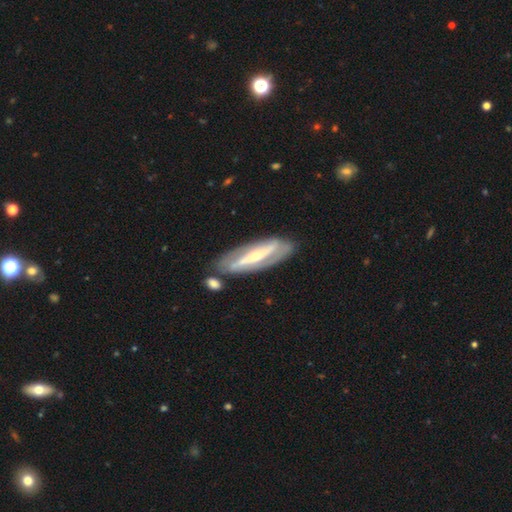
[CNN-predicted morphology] Smooth or featured: featured or disk — 80% (smooth — 15%)
Edge-on disk: no — 77% (yes — 23%)
Bar: strong — 64% (no — 19%)
Spiral arms: yes — 70% (no — 30%)
Bulge size: small — 55% (moderate — 41%)
Merging: none — 77% (minor disturbance — 14%)